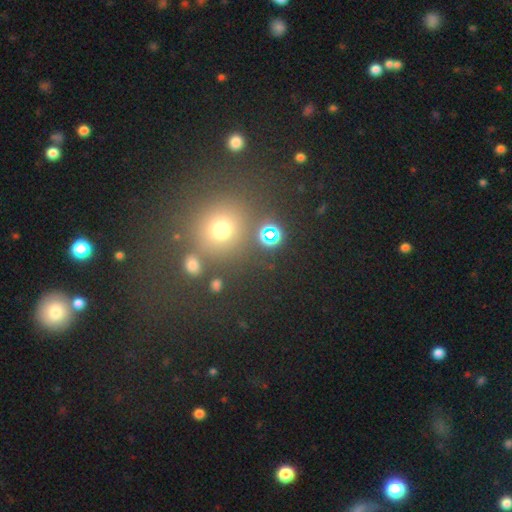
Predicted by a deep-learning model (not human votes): Morphology: type=smooth (53%); roundness=round (86%); merging=none (75%).